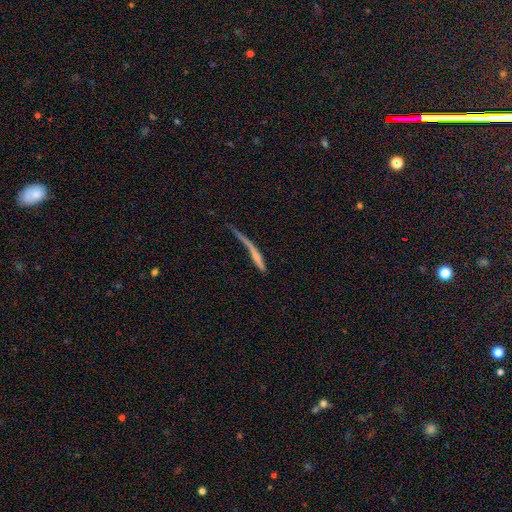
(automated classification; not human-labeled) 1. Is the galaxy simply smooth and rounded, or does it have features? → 48% smooth, 42% featured or disk, 10% star or artifact.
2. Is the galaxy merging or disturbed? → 39% none, 28% major disturbance, 22% minor disturbance, 11% merger.